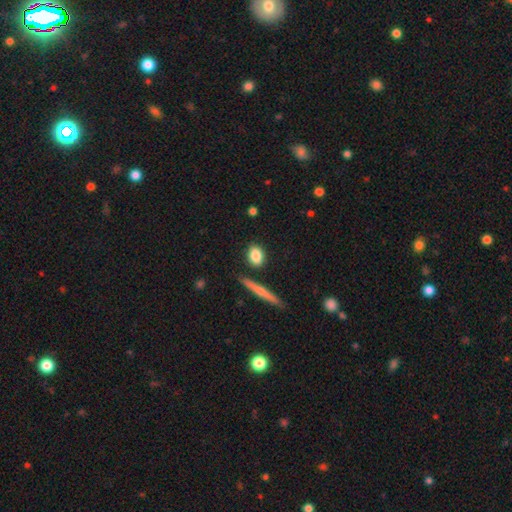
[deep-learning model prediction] Overall: smooth (83%). How rounded: in between (66%). Merging: none (83%).